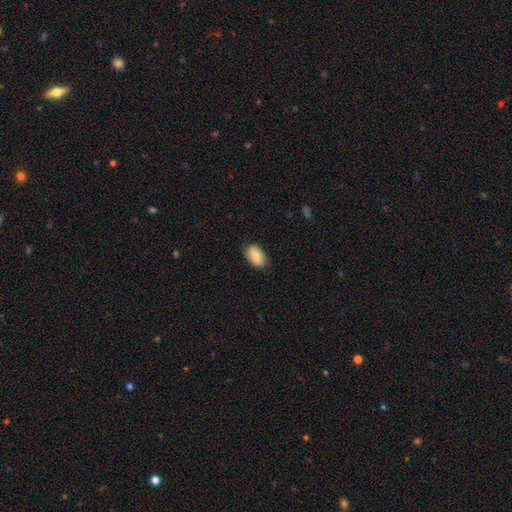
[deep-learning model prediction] Morphology: type=smooth (79%); roundness=in between (92%); merging=none (82%).